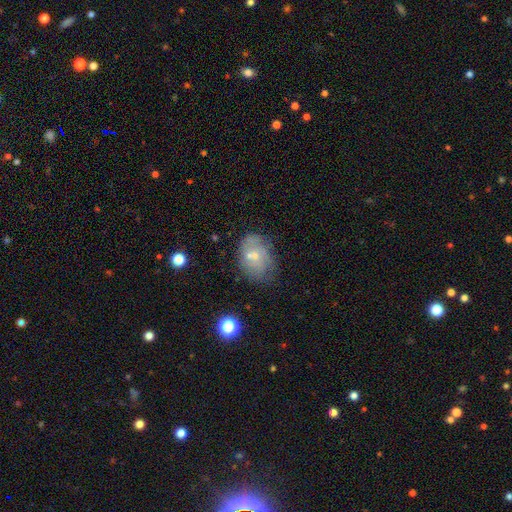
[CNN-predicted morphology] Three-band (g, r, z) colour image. It shows a featured or disk galaxy (47%). Merging: none (55%).